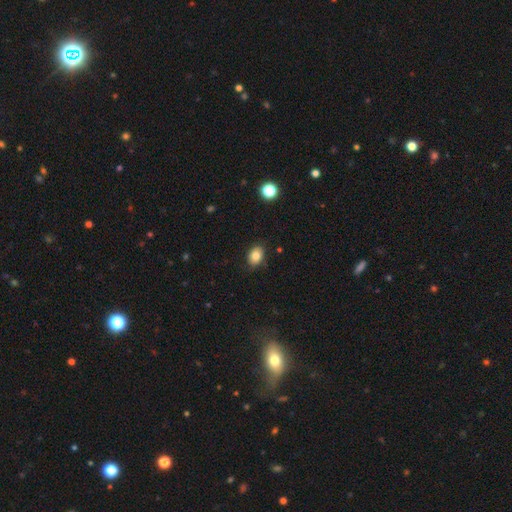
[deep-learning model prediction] Smooth or featured? smooth (81%)
How rounded? in between (74%)
Merging? none (84%)